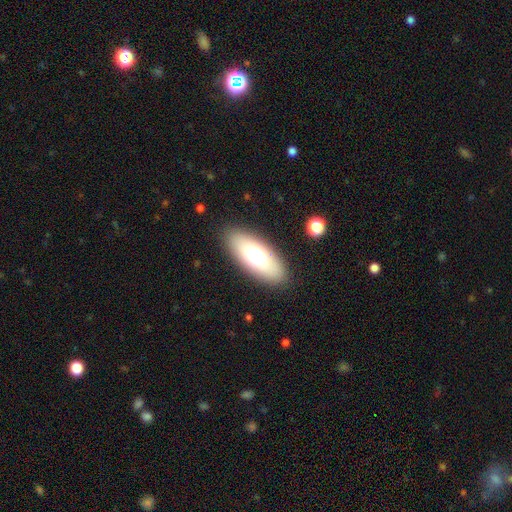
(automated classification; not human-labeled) Morphology: type=smooth (68%); roundness=in between (82%); merging=none (86%).